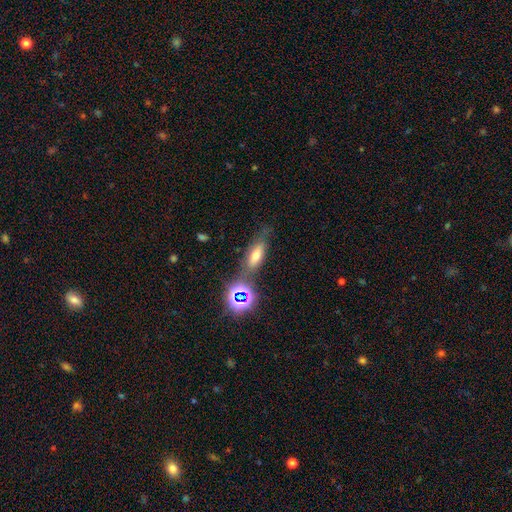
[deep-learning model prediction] This is possibly a smooth galaxy (55%). How rounded: possibly in between (57%). Merging: likely none (62%).